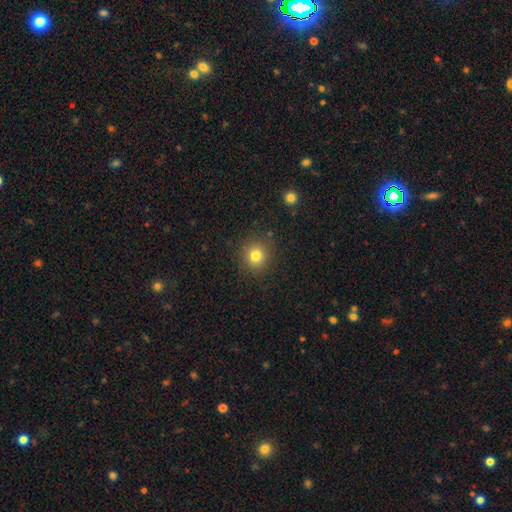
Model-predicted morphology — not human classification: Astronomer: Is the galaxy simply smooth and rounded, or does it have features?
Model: smooth — 80%.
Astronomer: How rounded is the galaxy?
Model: round — 89%.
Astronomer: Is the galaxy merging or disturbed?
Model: none — 87%.